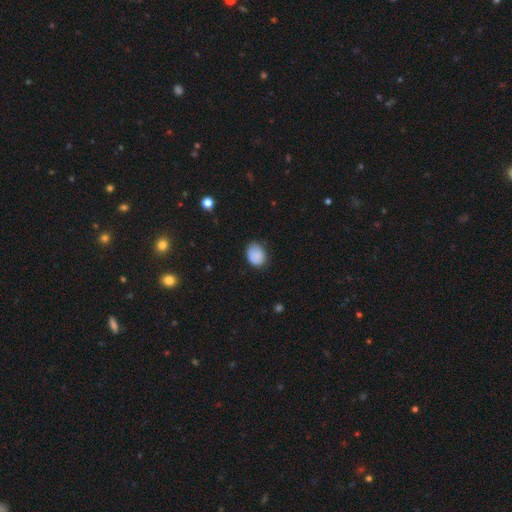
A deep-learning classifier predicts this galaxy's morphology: Overall: smooth (85%). How rounded: in between (60%; round 39%). Merging: none (72%).